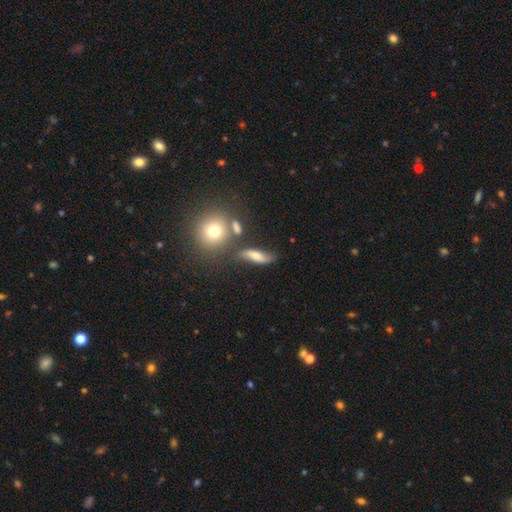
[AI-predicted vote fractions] A smooth galaxy with no disk features (59%) that is in between round and cigar-shaped (48%). Merging: none (60%).